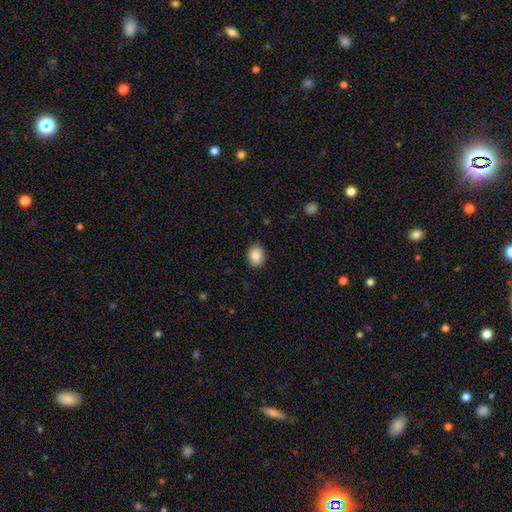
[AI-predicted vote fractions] Overall: smooth (89%). How rounded: in between (68%; round 31%). Merging: none (87%).